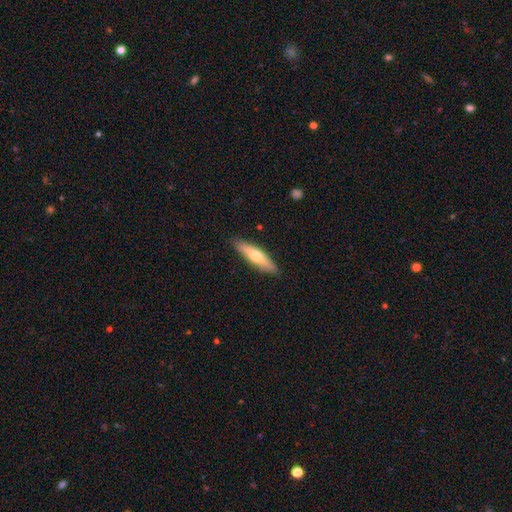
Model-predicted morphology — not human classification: A smooth galaxy with no disk features (56%) that is cigar-shaped (71%). Merging: none (89%).